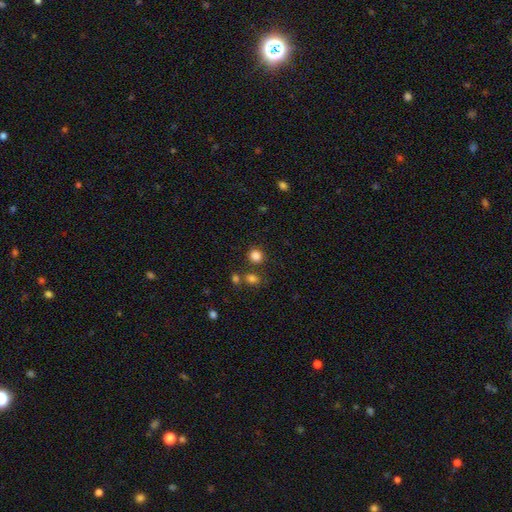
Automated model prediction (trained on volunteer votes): smooth-or-featured: smooth: 83% | star or artifact: 13% | featured or disk: 4%
  how-rounded: round: 87% | in between: 12% | cigar-shaped: 1%
  merging: none: 82% | minor disturbance: 8% | merger: 8% | major disturbance: 3%